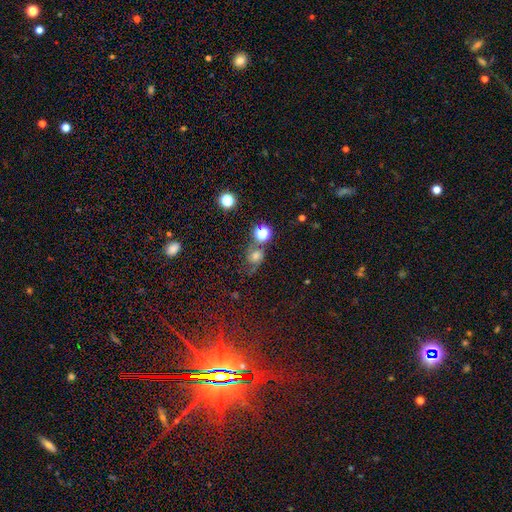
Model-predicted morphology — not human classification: Smooth or featured?
  - smooth: 47% *
  - featured or disk: 27%
  - star or artifact: 26%
Merging?
  - none: 49% *
  - minor disturbance: 20%
  - major disturbance: 16%
  - merger: 15%